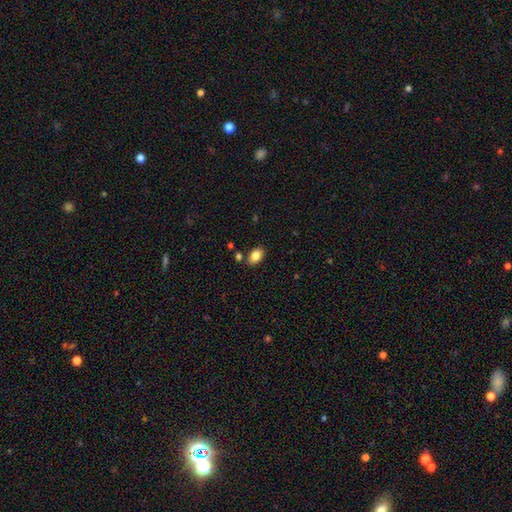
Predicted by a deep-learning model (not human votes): Q: Smooth or featured?
A: smooth (84%); runner-up: star or artifact (9%)
Q: How rounded?
A: in between (87%); runner-up: round (12%)
Q: Merging?
A: none (83%); runner-up: minor disturbance (10%)